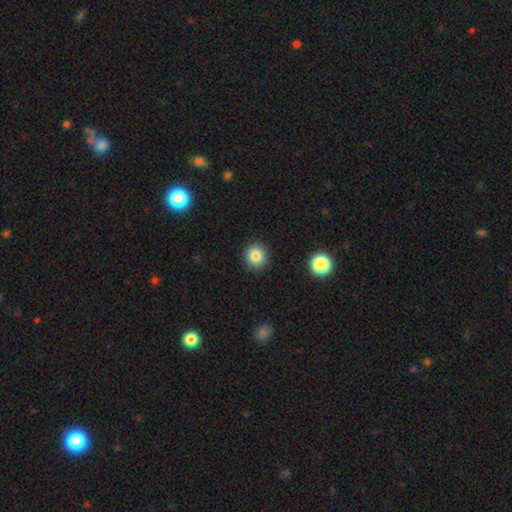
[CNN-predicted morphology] Overall: smooth (84%). How rounded: round (89%). Merging: none (91%).